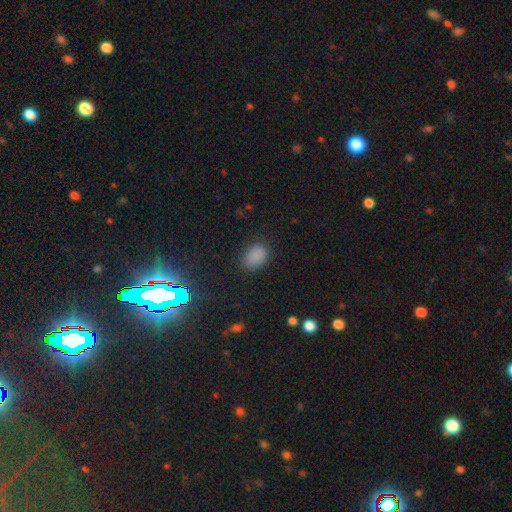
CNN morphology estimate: smooth 83%, star or artifact 13%, featured or disk 4%. Down the decision tree: how rounded — in between (81%); merging — none (82%).